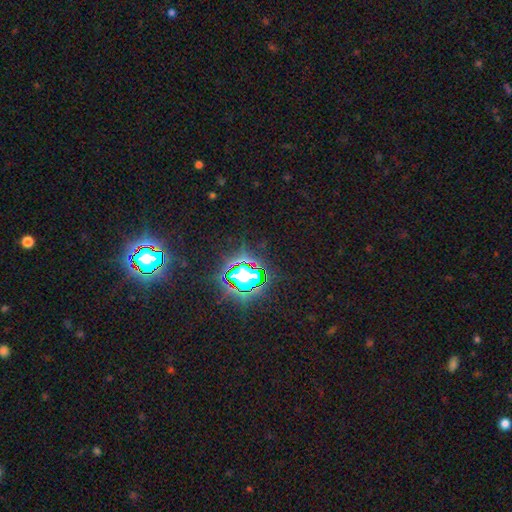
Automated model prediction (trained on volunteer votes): Morphology: type=star or artifact (84%).